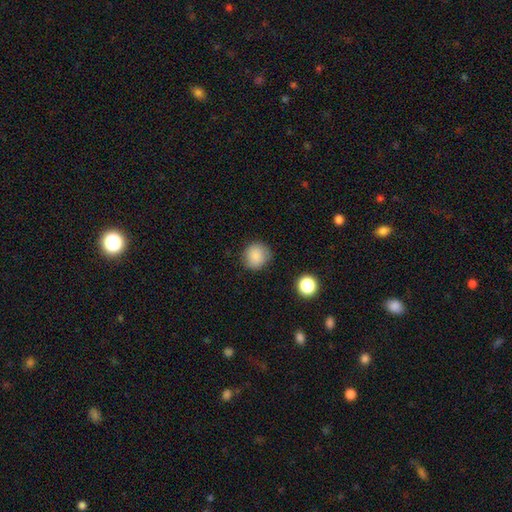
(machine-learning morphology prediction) Smooth or featured? Predicted: smooth (p=0.86). How rounded? Predicted: round (p=0.88). Merging? Predicted: none (p=0.85).